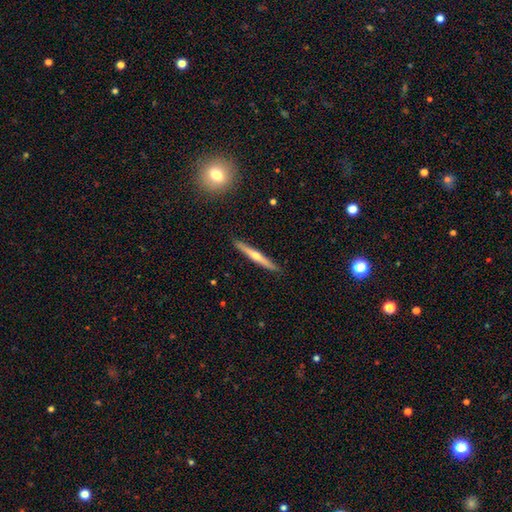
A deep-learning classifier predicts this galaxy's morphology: A featured or disk galaxy (67%) viewed edge-on (98%) with a rounded central bulge (87%).

Vote fractions:
- Smooth or featured? featured or disk: 67% / smooth: 27% / star or artifact: 6%
- Edge-on disk? yes: 98% / no: 2%
- Edge-on bulge? rounded: 87% / none: 11% / boxy: 3%
- Merging? none: 91% / minor disturbance: 6% / major disturbance: 1% / merger: 1%